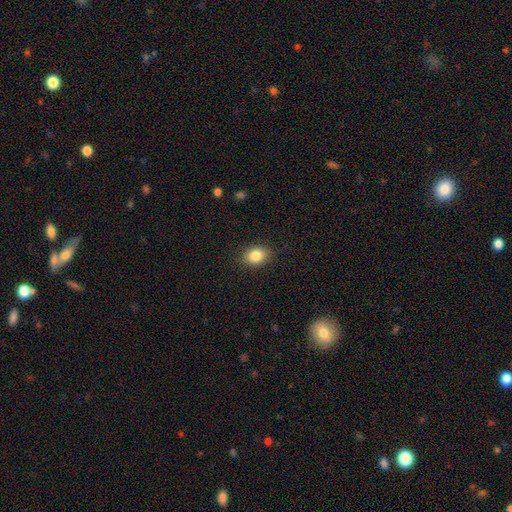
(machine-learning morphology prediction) Smooth or featured? Predicted: smooth (p=0.85). How rounded? Predicted: in between (p=0.68). Merging? Predicted: none (p=0.88).